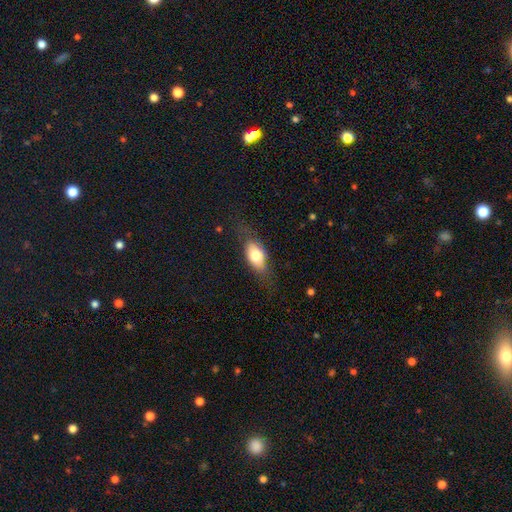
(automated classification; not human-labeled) Smooth or featured? smooth (69%)
How rounded? in between (84%)
Merging? none (71%)